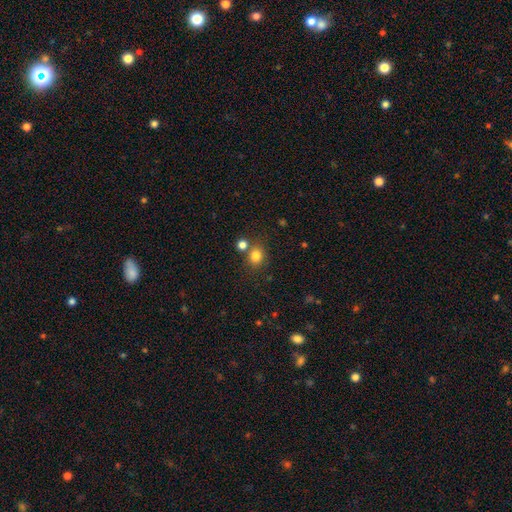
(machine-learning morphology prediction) Smooth or featured? smooth (81%)
How rounded? round (68%)
Merging? none (69%)